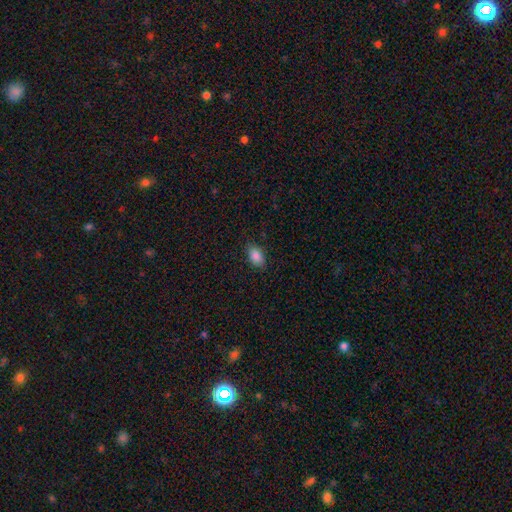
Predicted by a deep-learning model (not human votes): A smooth galaxy with no disk features (87%) that is in between round and cigar-shaped (90%). Merging: none (86%).